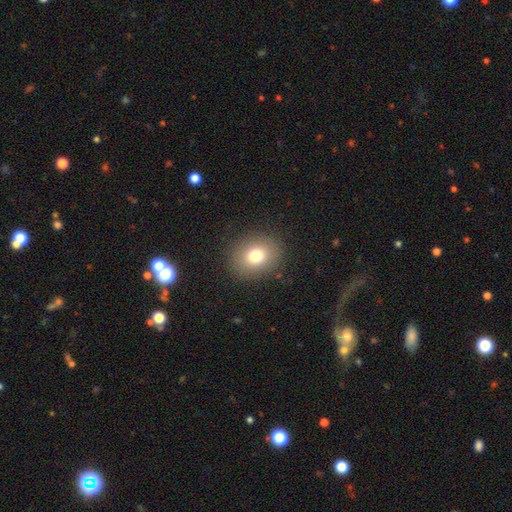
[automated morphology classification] Overall: smooth (77%). How rounded: round (68%; in between 31%). Merging: none (87%).